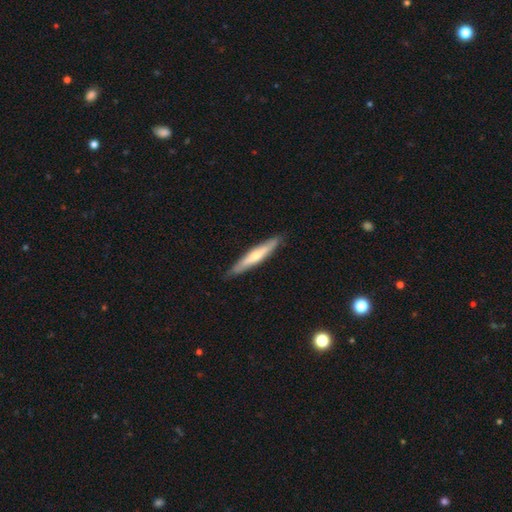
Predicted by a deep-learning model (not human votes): Smooth or featured?
  - smooth: 50% *
  - featured or disk: 45%
  - star or artifact: 5%
How rounded?
  - cigar-shaped: 91% *
  - in between: 7%
  - round: 1%
Merging?
  - none: 88% *
  - minor disturbance: 10%
  - major disturbance: 2%
  - merger: 1%